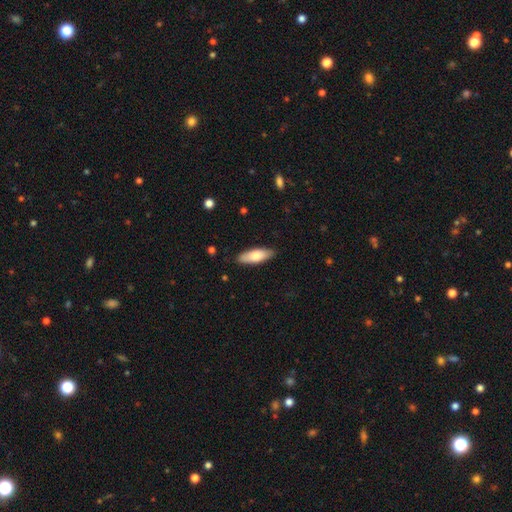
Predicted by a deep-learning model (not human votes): smooth-or-featured: smooth: 75% | featured or disk: 20% | star or artifact: 5%
  how-rounded: in between: 62% | cigar-shaped: 36% | round: 2%
  merging: none: 88% | minor disturbance: 9% | major disturbance: 2% | merger: 1%